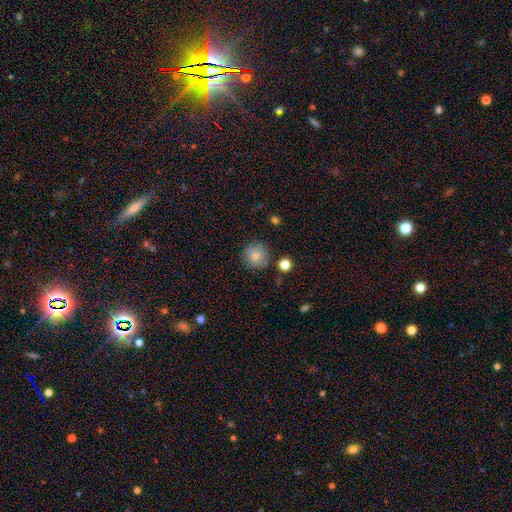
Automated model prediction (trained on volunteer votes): Smooth or featured? Predicted: smooth (p=0.81). How rounded? Predicted: round (p=0.93). Merging? Predicted: none (p=0.83).